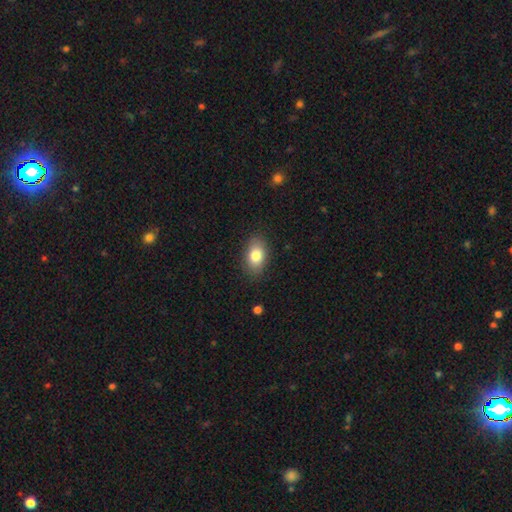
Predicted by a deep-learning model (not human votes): Smooth or featured: smooth — 81% (featured or disk — 11%)
How rounded: in between — 88% (round — 11%)
Merging: none — 86% (minor disturbance — 11%)